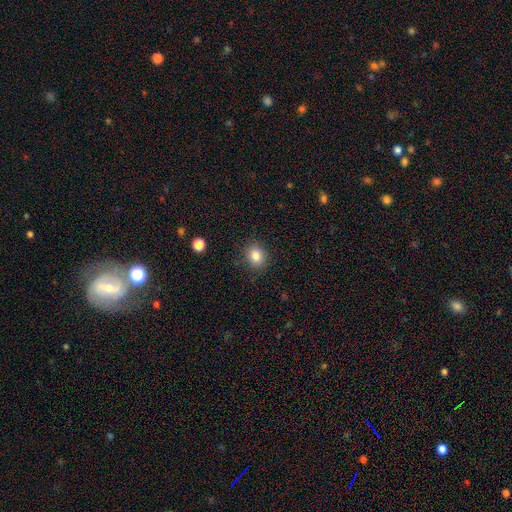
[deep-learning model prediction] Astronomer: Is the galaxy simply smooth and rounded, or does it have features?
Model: smooth — 84%.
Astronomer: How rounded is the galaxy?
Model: round — 55% (runner-up: in between, 44%).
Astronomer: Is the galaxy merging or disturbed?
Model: none — 85%.